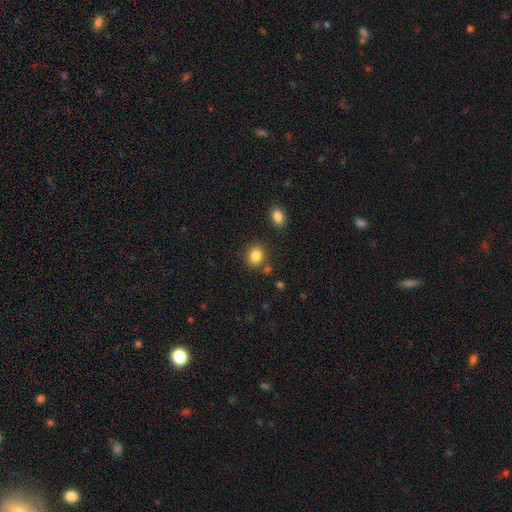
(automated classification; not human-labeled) Smooth or featured: smooth — 85% (star or artifact — 10%)
How rounded: round — 73% (in between — 26%)
Merging: none — 82% (minor disturbance — 9%)